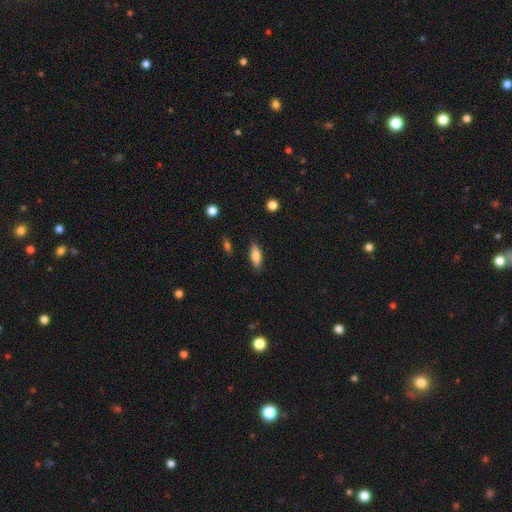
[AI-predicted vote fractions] Overall: smooth (76%). How rounded: in between (69%). Merging: none (85%).